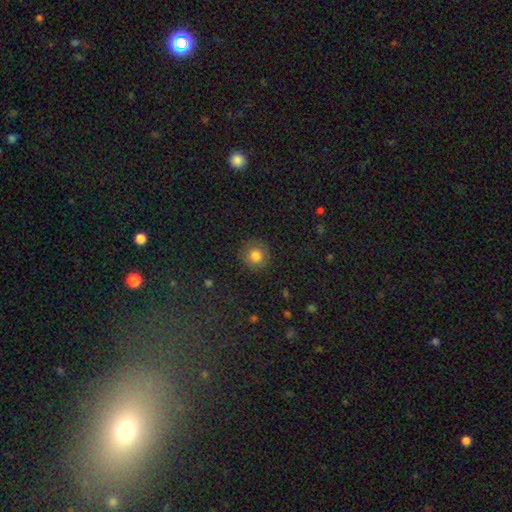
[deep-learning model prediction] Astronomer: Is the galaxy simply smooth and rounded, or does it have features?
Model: smooth — 81%.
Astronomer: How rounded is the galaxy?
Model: round — 92%.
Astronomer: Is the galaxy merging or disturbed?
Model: none — 88%.